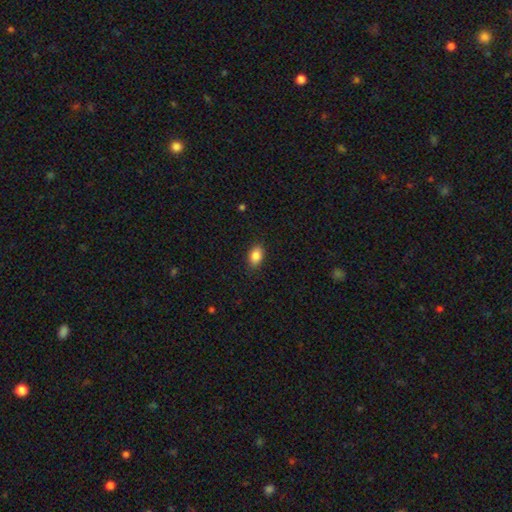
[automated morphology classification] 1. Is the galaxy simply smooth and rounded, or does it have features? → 86% smooth, 8% star or artifact, 6% featured or disk.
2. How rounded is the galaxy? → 87% in between, 11% round, 2% cigar-shaped.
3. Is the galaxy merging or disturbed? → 87% none, 10% minor disturbance, 2% major disturbance, 1% merger.